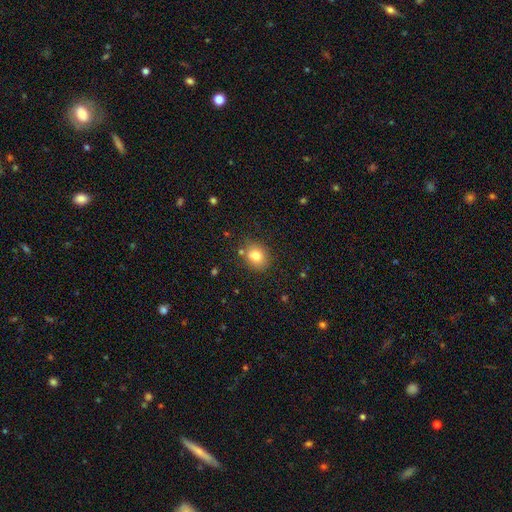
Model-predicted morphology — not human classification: type=smooth (80%); roundness=round (59%); merging=none (80%).